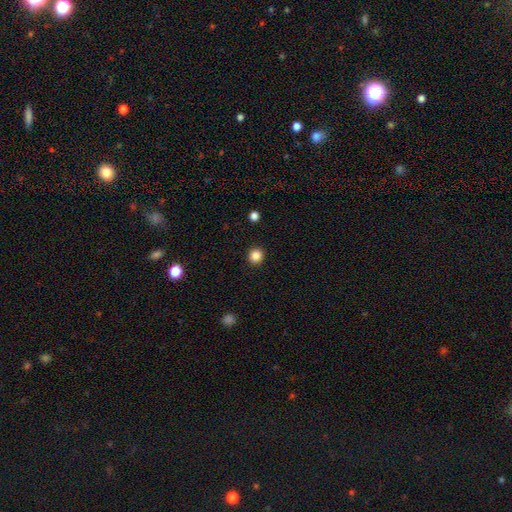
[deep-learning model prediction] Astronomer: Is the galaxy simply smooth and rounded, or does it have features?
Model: smooth — 85%.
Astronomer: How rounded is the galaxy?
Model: round — 92%.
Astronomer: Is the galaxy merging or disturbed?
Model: none — 92%.